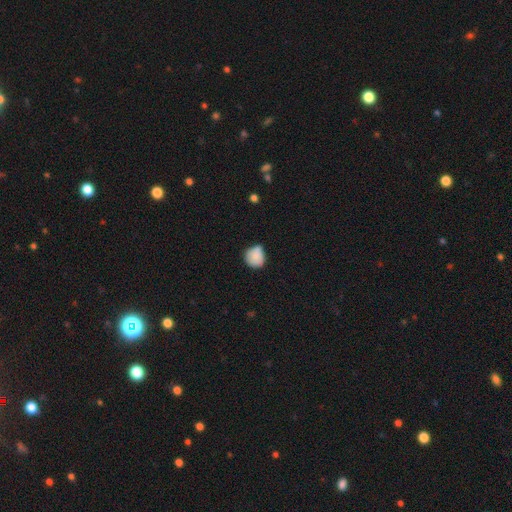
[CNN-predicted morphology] Q: Smooth or featured?
A: smooth (83%); runner-up: featured or disk (9%)
Q: How rounded?
A: round (79%); runner-up: in between (20%)
Q: Merging?
A: none (51%); runner-up: minor disturbance (38%)